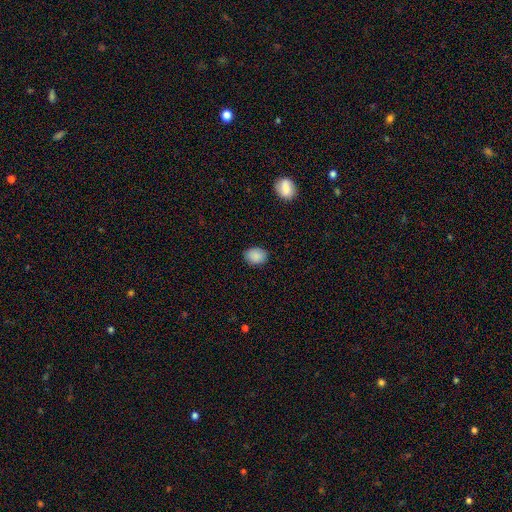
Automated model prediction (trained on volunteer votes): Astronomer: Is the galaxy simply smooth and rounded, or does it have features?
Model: smooth — 88%.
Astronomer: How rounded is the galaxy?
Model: in between — 56% (runner-up: round, 43%).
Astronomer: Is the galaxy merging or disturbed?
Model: none — 86%.